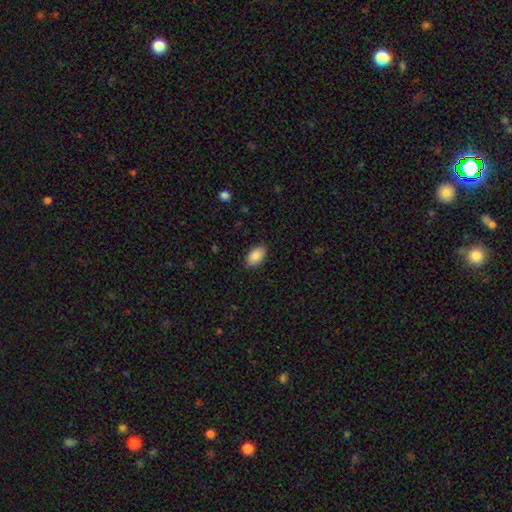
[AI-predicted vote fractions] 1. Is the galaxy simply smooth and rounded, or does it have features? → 89% smooth, 7% star or artifact, 4% featured or disk.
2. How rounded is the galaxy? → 93% in between, 5% round, 1% cigar-shaped.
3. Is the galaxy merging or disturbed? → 88% none, 9% minor disturbance, 2% major disturbance, 1% merger.